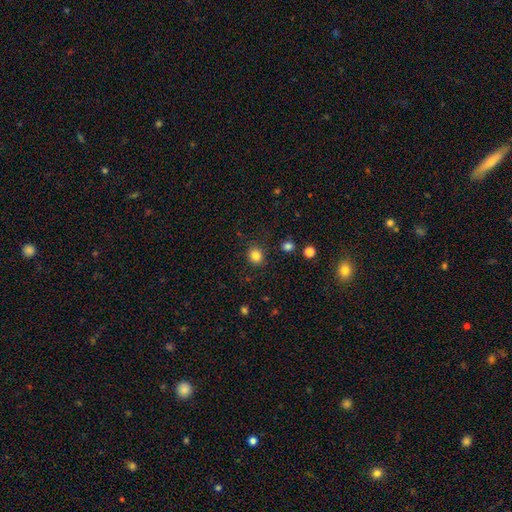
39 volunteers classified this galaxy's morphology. Volunteers were most divided on "how rounded": round: 75%, in between: 25%, cigar-shaped: 0%. More confident: merging — none (85%); smooth or featured — smooth (82%).